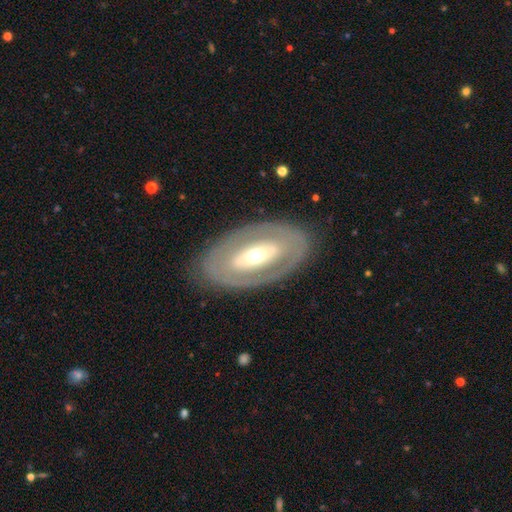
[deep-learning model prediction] The model was most divided on "bulge size": moderate: 55%, small: 33%, large: 9%, dominant: 2%, none: 1%. More confident: edge-on disk — no (89%); merging — none (83%); spiral arms — no (79%); smooth or featured — featured or disk (67%); bar — no (60%).